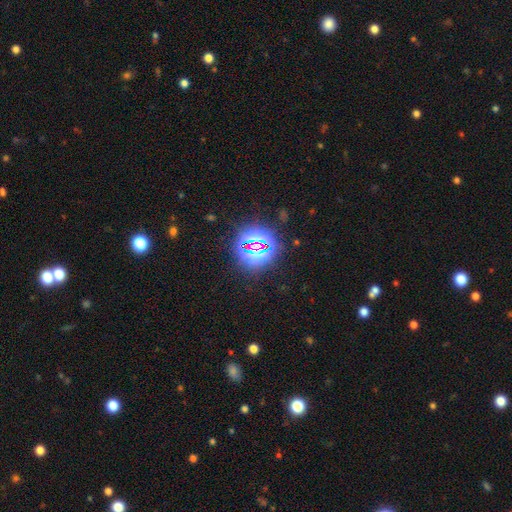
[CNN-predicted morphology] smooth-or-featured: star or artifact: 75% | smooth: 15% | featured or disk: 10%